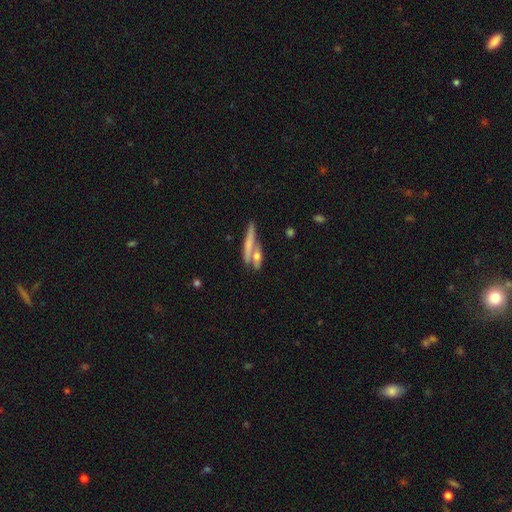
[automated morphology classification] smooth-or-featured: smooth: 49% | featured or disk: 42% | star or artifact: 9%
  merging: none: 52% | merger: 31% | minor disturbance: 12% | major disturbance: 5%